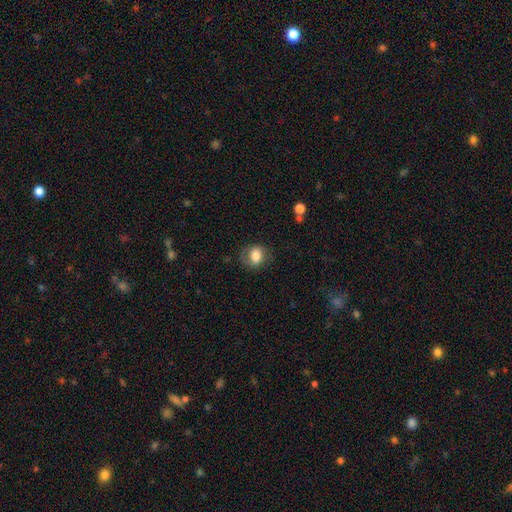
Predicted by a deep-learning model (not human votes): Smooth or featured: smooth — 75% (featured or disk — 17%)
How rounded: in between — 50% (round — 49%)
Merging: none — 67% (minor disturbance — 21%)